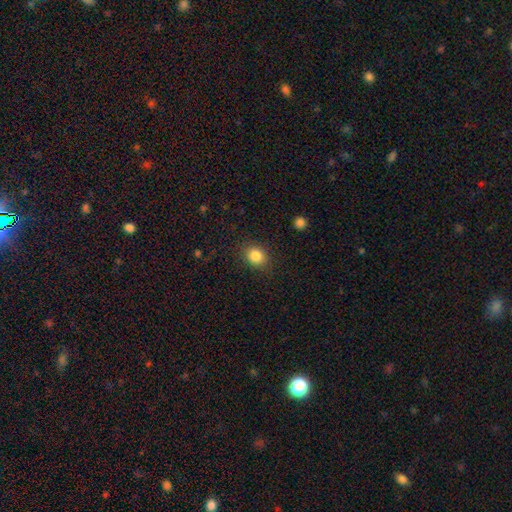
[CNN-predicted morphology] Q: Smooth or featured?
A: smooth (85%); runner-up: star or artifact (10%)
Q: How rounded?
A: round (60%); runner-up: in between (40%)
Q: Merging?
A: none (85%); runner-up: minor disturbance (11%)